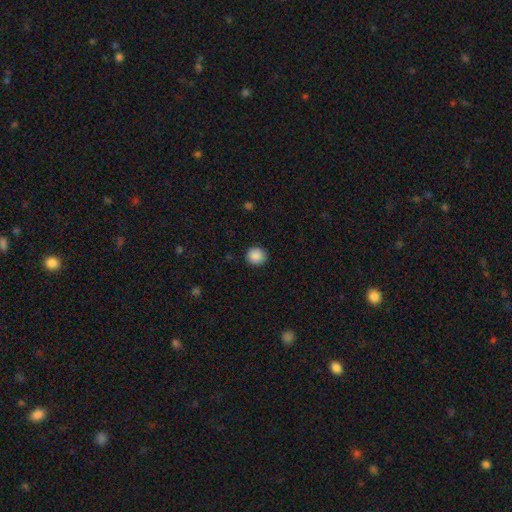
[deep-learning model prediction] This is clearly a smooth galaxy (88%). How rounded: clearly round (91%). Merging: clearly none (91%).